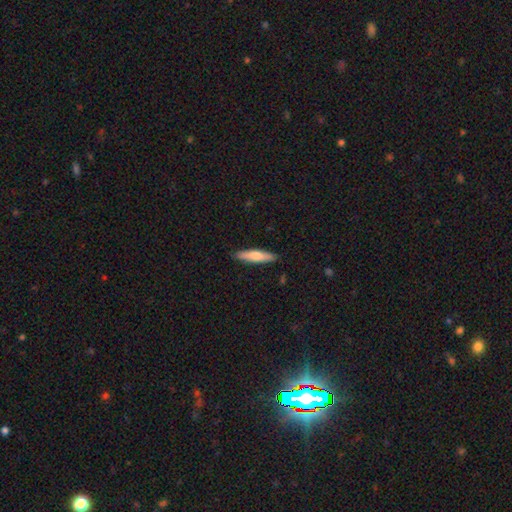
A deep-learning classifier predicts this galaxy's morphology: type=smooth (69%); roundness=cigar-shaped (82%); merging=none (89%).